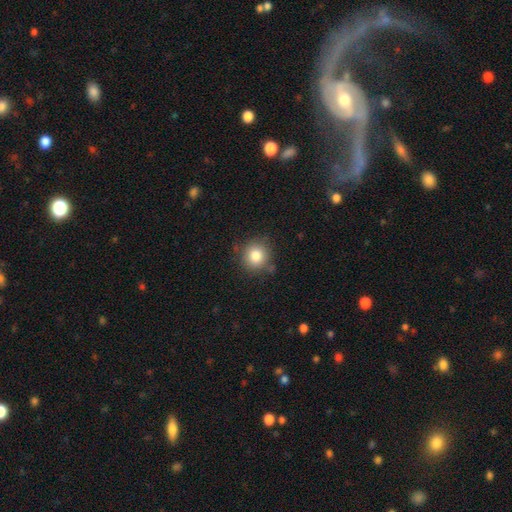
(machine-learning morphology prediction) Smooth or featured? Predicted: smooth (p=0.82). How rounded? Predicted: round (p=0.89). Merging? Predicted: none (p=0.83).